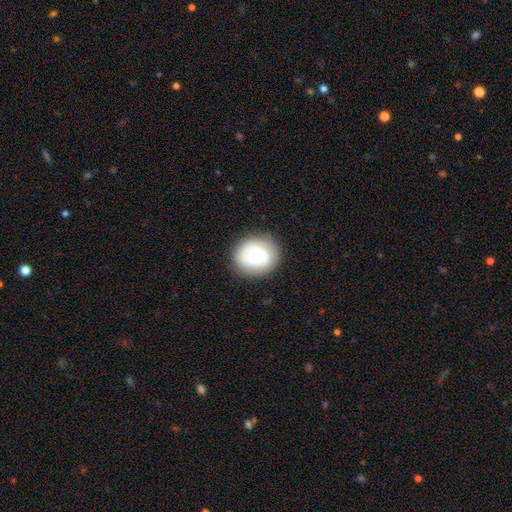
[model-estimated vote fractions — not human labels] The model was most divided on "smooth or featured": smooth: 62%, featured or disk: 31%, star or artifact: 7%. More confident: merging — none (82%); how rounded — round (78%).